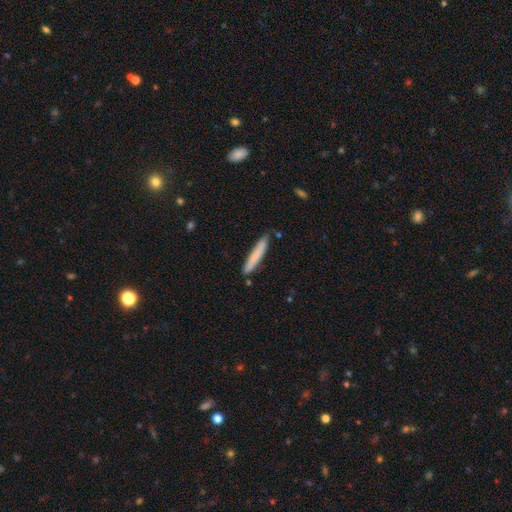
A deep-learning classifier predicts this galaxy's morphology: Q: Smooth or featured?
A: smooth (75%); runner-up: featured or disk (19%)
Q: How rounded?
A: cigar-shaped (95%); runner-up: in between (4%)
Q: Merging?
A: none (83%); runner-up: minor disturbance (13%)